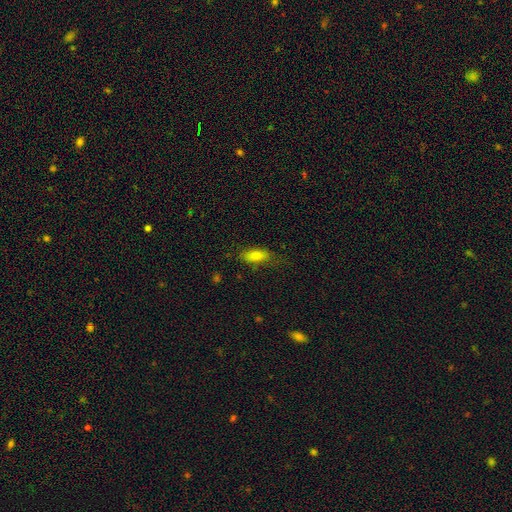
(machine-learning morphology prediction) Smooth or featured: smooth — 81% (featured or disk — 11%)
How rounded: in between — 78% (cigar-shaped — 19%)
Merging: none — 69% (minor disturbance — 22%)